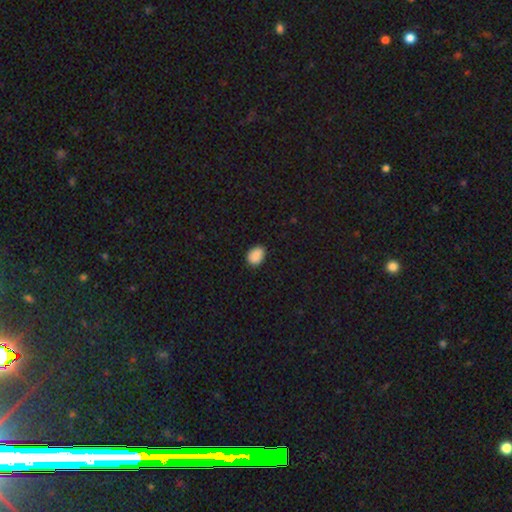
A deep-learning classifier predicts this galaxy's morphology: Smooth or featured? Predicted: smooth (p=0.89). How rounded? Predicted: in between (p=0.72). Merging? Predicted: none (p=0.81).